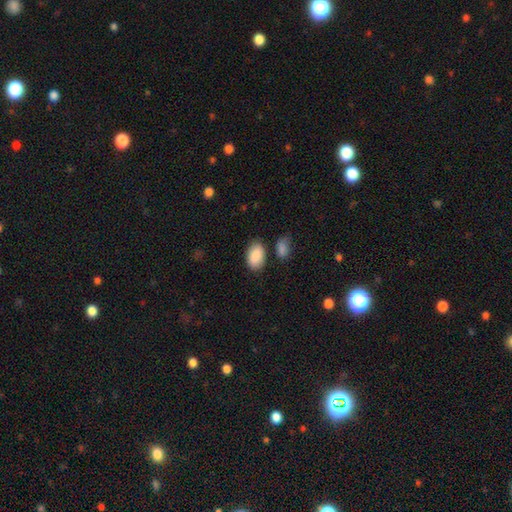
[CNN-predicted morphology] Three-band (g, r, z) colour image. It shows a smooth galaxy with no disk features (89%) that is in between round and cigar-shaped (92%). Merging: none (78%).